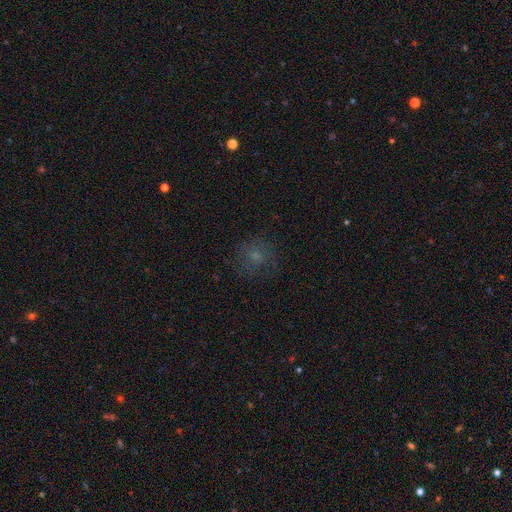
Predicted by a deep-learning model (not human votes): smooth_or_featured: smooth (p=0.59) [alt: featured or disk p=0.21]
how_rounded: round (p=0.83) [alt: in between p=0.16]
merging: none (p=0.73) [alt: minor disturbance p=0.16]